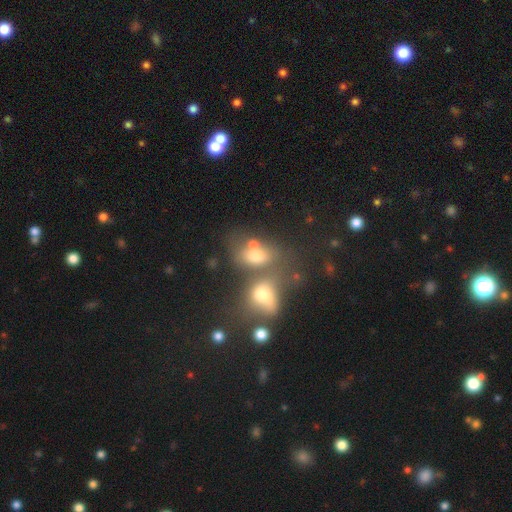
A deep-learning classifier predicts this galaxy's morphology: smooth_or_featured: smooth (p=0.67) [alt: featured or disk p=0.18]
how_rounded: in between (p=0.71) [alt: round p=0.27]
merging: merger (p=0.50) [alt: none p=0.30]